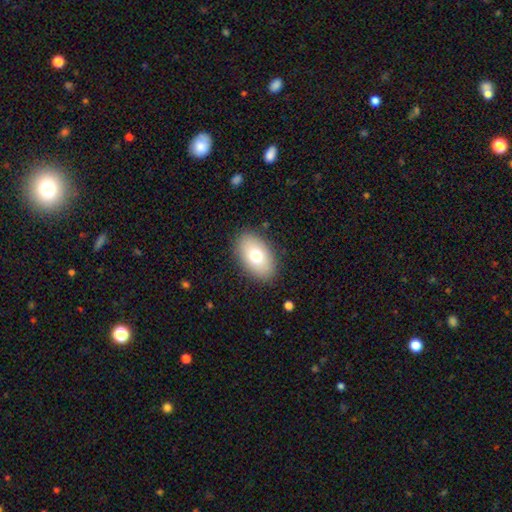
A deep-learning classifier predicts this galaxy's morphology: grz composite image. It shows a smooth galaxy with no disk features (75%) that is in between round and cigar-shaped (91%). Merging: none (87%).